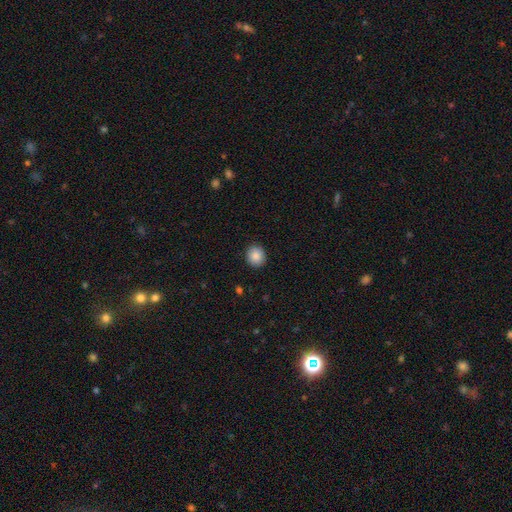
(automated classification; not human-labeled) Overall: smooth (87%). How rounded: round (87%). Merging: none (92%).